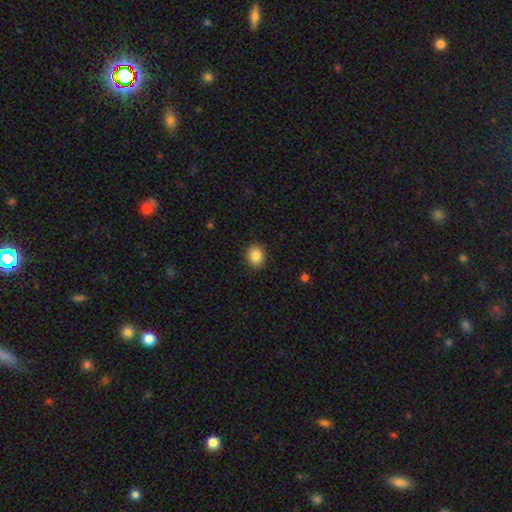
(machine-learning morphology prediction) Smooth or featured?
  - smooth: 87% *
  - star or artifact: 9%
  - featured or disk: 4%
How rounded?
  - round: 62% *
  - in between: 37%
  - cigar-shaped: 1%
Merging?
  - none: 89% *
  - minor disturbance: 8%
  - major disturbance: 2%
  - merger: 1%